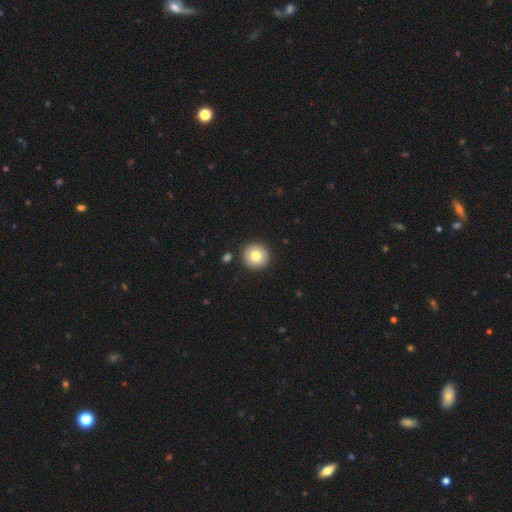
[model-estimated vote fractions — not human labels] Q: Smooth or featured?
A: smooth (81%); runner-up: featured or disk (11%)
Q: How rounded?
A: round (96%); runner-up: in between (3%)
Q: Merging?
A: none (90%); runner-up: minor disturbance (6%)